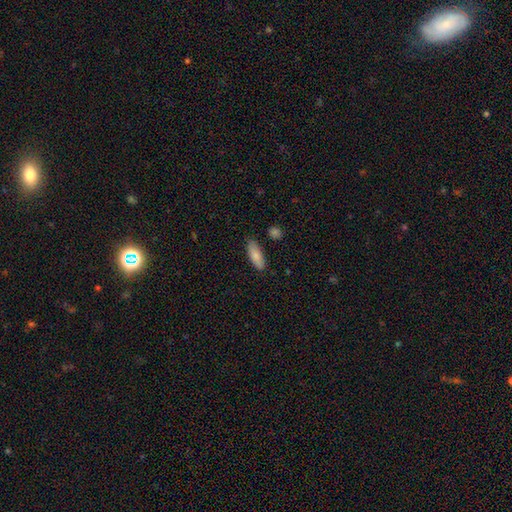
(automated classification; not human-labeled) smooth 84%, featured or disk 10%, star or artifact 6%. Down the decision tree: how rounded — in between (68%); merging — none (83%).